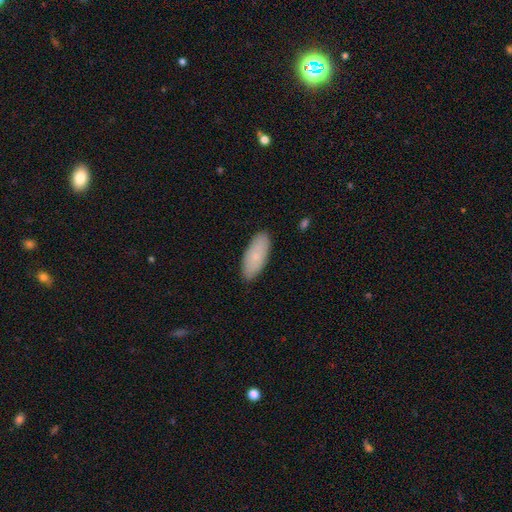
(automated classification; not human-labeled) Smooth or featured? smooth (80%)
How rounded? in between (85%)
Merging? none (87%)